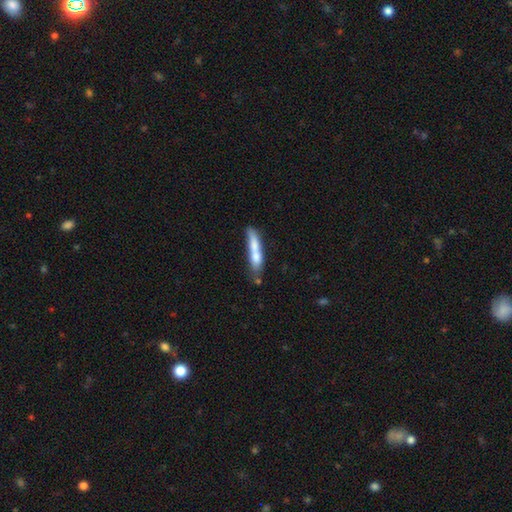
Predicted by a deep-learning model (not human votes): A smooth galaxy with no disk features (65%) that is cigar-shaped (82%).

Vote fractions:
- Smooth or featured? smooth: 65% / featured or disk: 28% / star or artifact: 7%
- How rounded? cigar-shaped: 82% / in between: 16% / round: 2%
- Merging? none: 42% / merger: 32% / minor disturbance: 18% / major disturbance: 8%